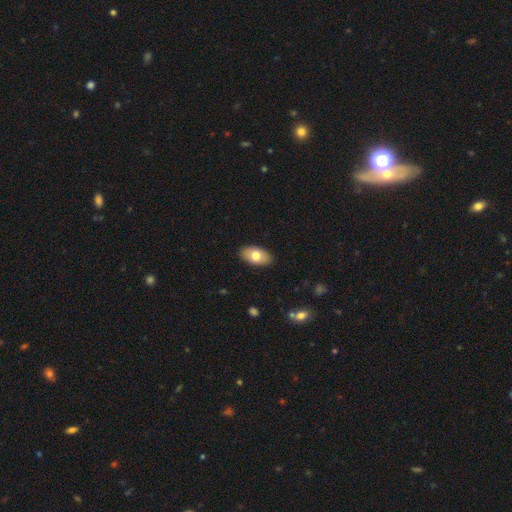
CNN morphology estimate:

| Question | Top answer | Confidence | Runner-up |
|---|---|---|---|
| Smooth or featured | smooth | 74% | featured or disk (19%) |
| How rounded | in between | 94% | round (4%) |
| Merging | none | 89% | minor disturbance (8%) |